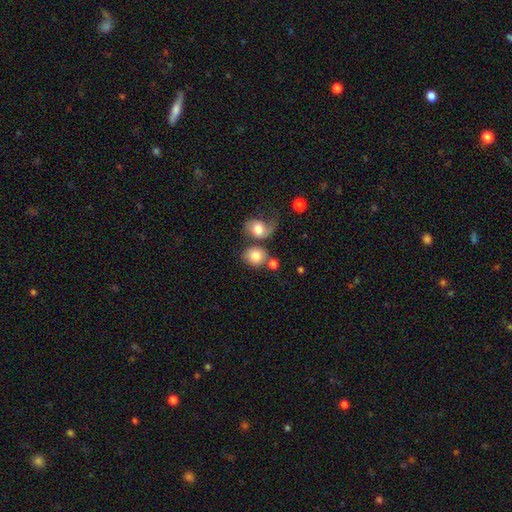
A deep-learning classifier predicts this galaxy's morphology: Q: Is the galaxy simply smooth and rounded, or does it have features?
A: smooth — 77%.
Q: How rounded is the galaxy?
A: round — 60%.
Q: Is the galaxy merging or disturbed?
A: none — 45%.